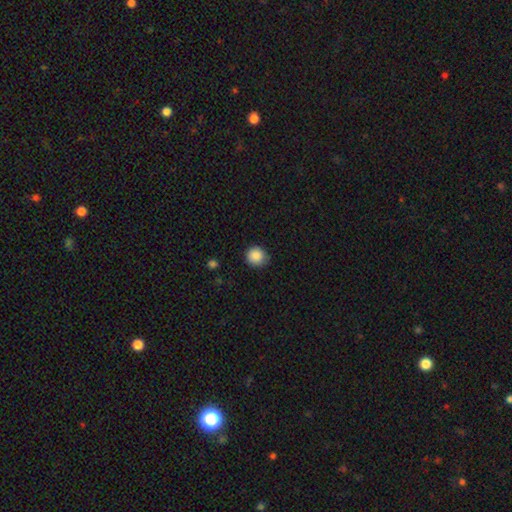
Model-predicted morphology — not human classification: type=smooth (87%); roundness=round (91%); merging=none (83%).